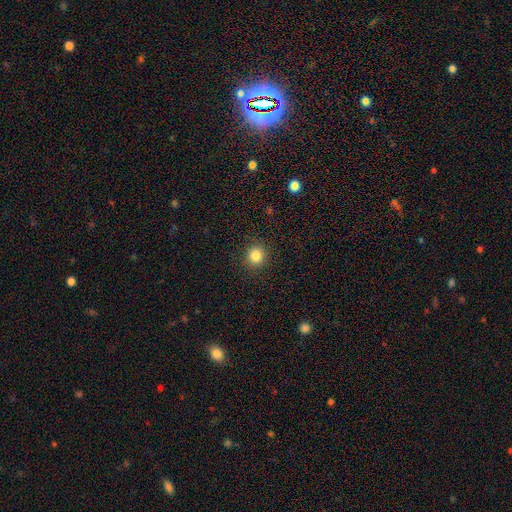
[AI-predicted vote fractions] The model was most divided on "smooth or featured": smooth: 84%, star or artifact: 11%, featured or disk: 5%. More confident: merging — none (91%); how rounded — round (87%).